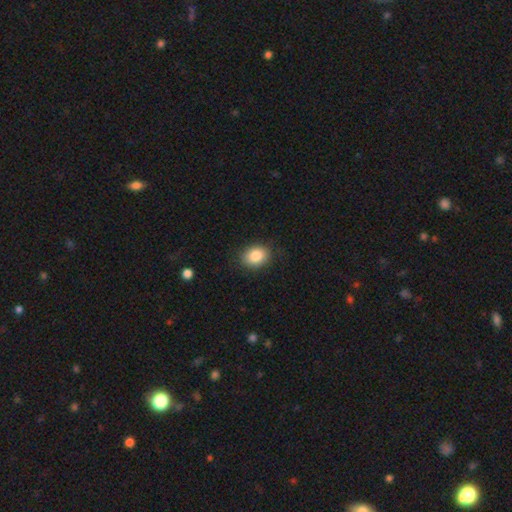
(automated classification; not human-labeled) Smooth or featured? Predicted: smooth (p=0.85). How rounded? Predicted: in between (p=0.61). Merging? Predicted: none (p=0.86).